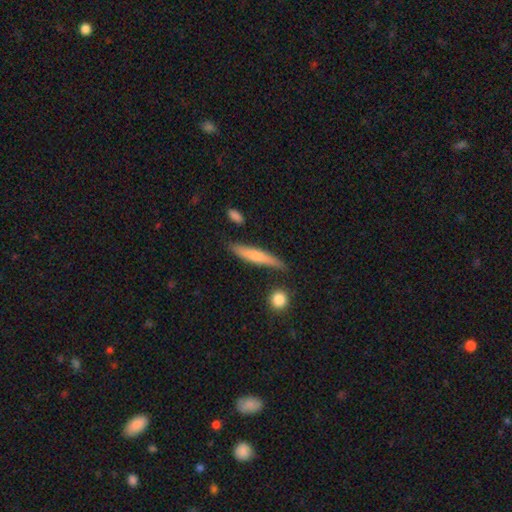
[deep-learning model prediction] Q: Smooth or featured?
A: smooth (64%); runner-up: featured or disk (30%)
Q: How rounded?
A: cigar-shaped (90%); runner-up: in between (8%)
Q: Merging?
A: none (80%); runner-up: minor disturbance (13%)